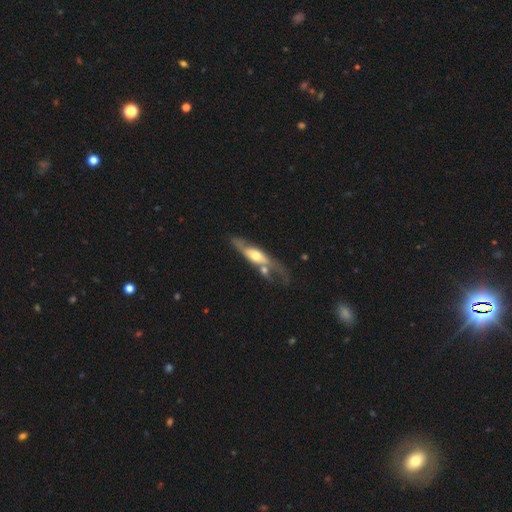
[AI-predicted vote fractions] This is likely a featured or disk galaxy (66%). It is possibly not viewed edge-on (51%). Merging: marginally none (42%).